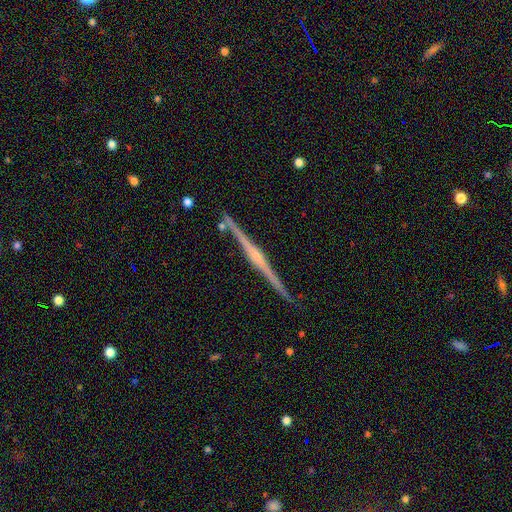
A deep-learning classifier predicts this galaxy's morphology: A featured or disk galaxy (85%) viewed edge-on (98%) with a rounded central bulge (68%).

Vote fractions:
- Smooth or featured? featured or disk: 85% / smooth: 9% / star or artifact: 6%
- Edge-on disk? yes: 98% / no: 2%
- Edge-on bulge? rounded: 68% / none: 20% / boxy: 12%
- Merging? none: 89% / minor disturbance: 8% / merger: 2% / major disturbance: 2%